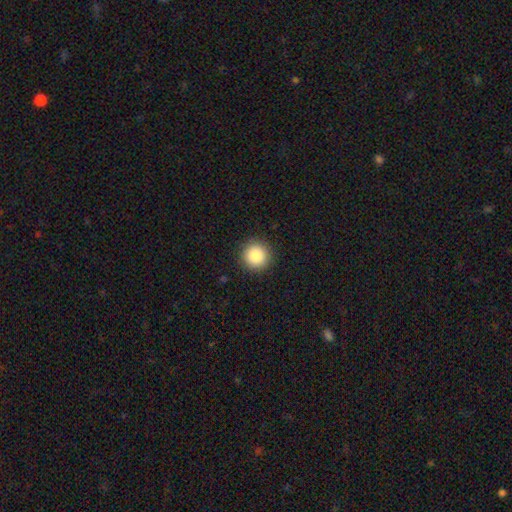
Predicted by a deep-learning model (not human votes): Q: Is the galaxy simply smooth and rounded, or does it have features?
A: smooth — 87%.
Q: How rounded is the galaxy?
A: round — 95%.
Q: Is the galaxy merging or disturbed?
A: none — 92%.